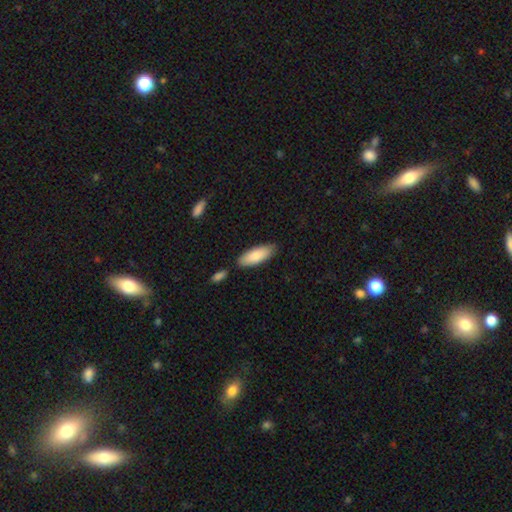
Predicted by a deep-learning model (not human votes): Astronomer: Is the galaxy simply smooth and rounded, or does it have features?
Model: smooth — 83%.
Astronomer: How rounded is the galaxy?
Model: in between — 73%.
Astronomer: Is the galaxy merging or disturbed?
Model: none — 79%.